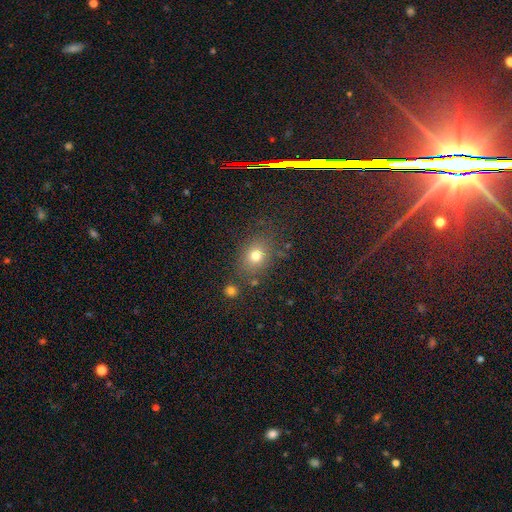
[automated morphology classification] Smooth or featured?
  - smooth: 75% *
  - star or artifact: 15%
  - featured or disk: 9%
How rounded?
  - round: 55% *
  - in between: 44%
  - cigar-shaped: 1%
Merging?
  - none: 79% *
  - minor disturbance: 12%
  - major disturbance: 5%
  - merger: 4%